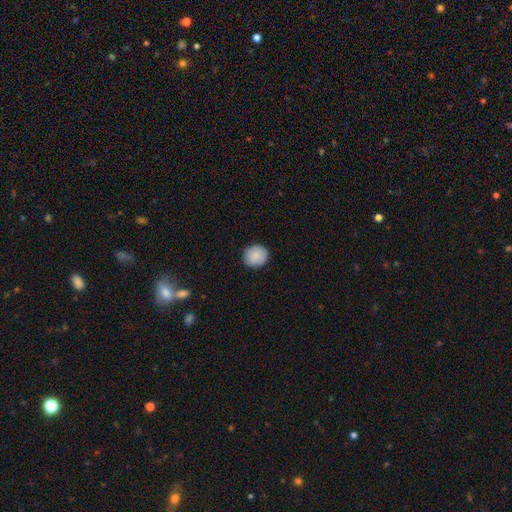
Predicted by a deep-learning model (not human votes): This is clearly a smooth galaxy (88%). How rounded: clearly round (86%). Merging: clearly none (90%).